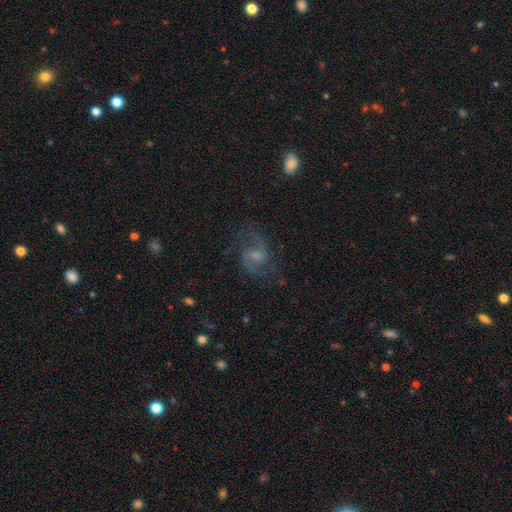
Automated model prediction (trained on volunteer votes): Q: Smooth or featured?
A: featured or disk (78%); runner-up: smooth (13%)
Q: Edge-on disk?
A: no (98%); runner-up: yes (2%)
Q: Bar?
A: weak (52%); runner-up: no (39%)
Q: Spiral arms?
A: yes (94%); runner-up: no (6%)
Q: Spiral winding?
A: medium (52%); runner-up: loose (36%)
Q: Spiral arm count?
A: 2 (87%); runner-up: can't tell (5%)
Q: Bulge size?
A: small (46%); runner-up: moderate (33%)
Q: Merging?
A: none (70%); runner-up: minor disturbance (16%)